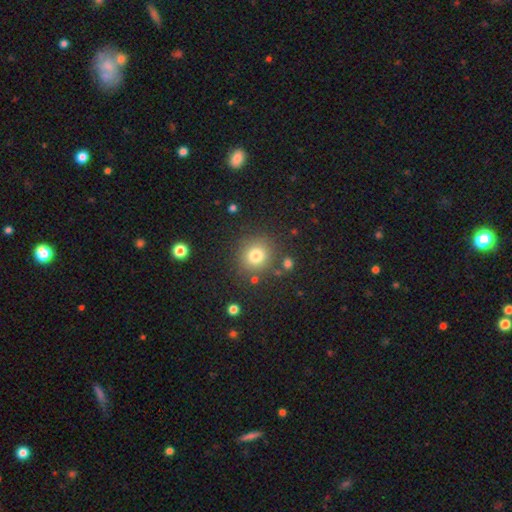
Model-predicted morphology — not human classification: Q: Smooth or featured?
A: smooth (78%); runner-up: star or artifact (14%)
Q: How rounded?
A: round (89%); runner-up: in between (10%)
Q: Merging?
A: none (84%); runner-up: minor disturbance (8%)